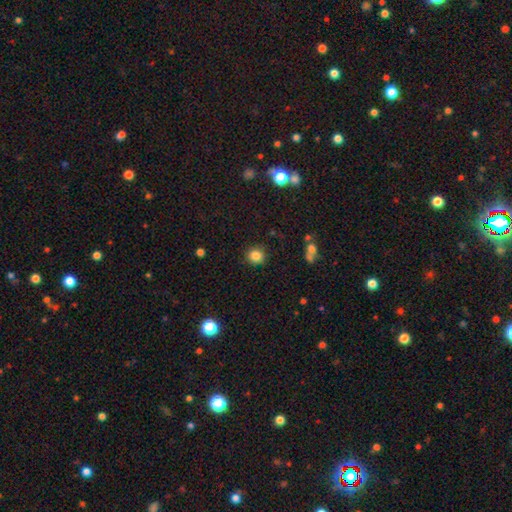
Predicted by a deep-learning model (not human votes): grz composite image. It shows a smooth galaxy with no disk features (84%) that is round (85%). Merging: none (87%).